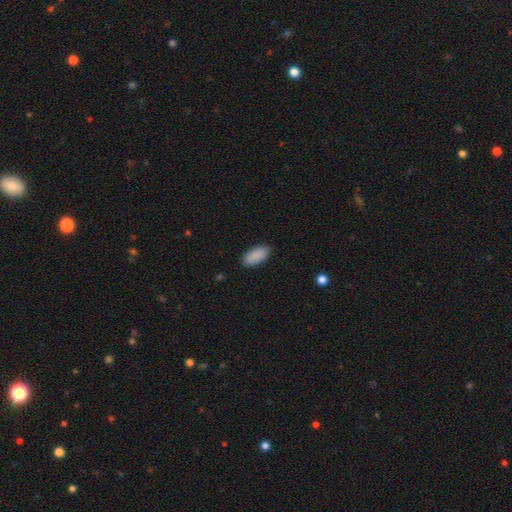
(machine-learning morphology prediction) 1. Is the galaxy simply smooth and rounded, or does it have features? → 90% smooth, 6% star or artifact, 3% featured or disk.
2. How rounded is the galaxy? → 92% in between, 6% cigar-shaped, 2% round.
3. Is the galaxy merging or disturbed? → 88% none, 9% minor disturbance, 2% major disturbance, 1% merger.